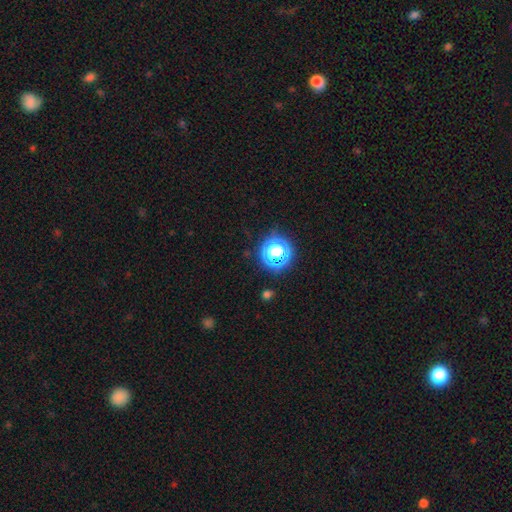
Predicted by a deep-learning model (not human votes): smooth_or_featured: star or artifact (p=0.71) [alt: smooth p=0.23]